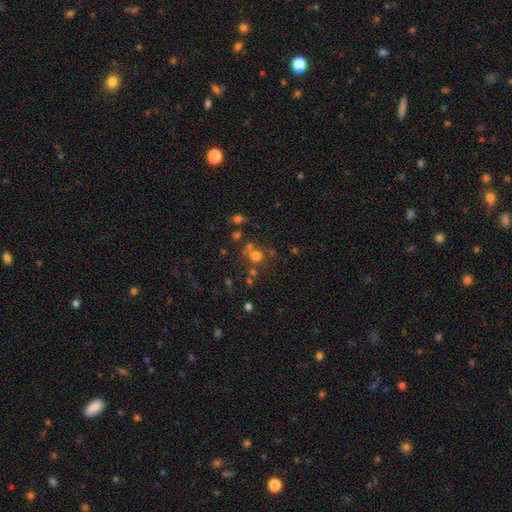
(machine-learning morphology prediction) Smooth or featured? smooth (65%)
How rounded? round (86%)
Merging? none (59%)